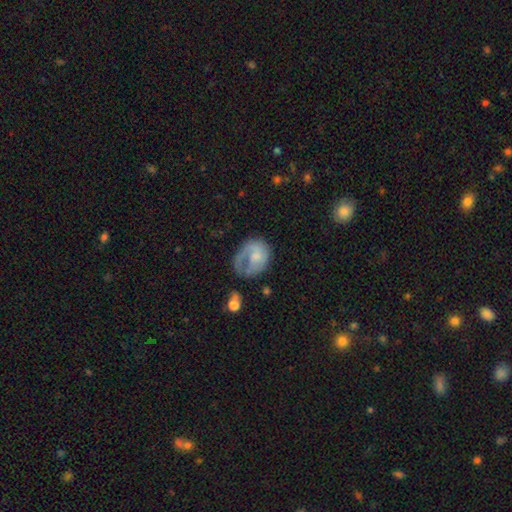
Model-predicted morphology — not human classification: The model was most divided on "merging": none: 39%, major disturbance: 33%, minor disturbance: 24%, merger: 4%. More confident: edge-on disk — no (97%); smooth or featured — featured or disk (50%).